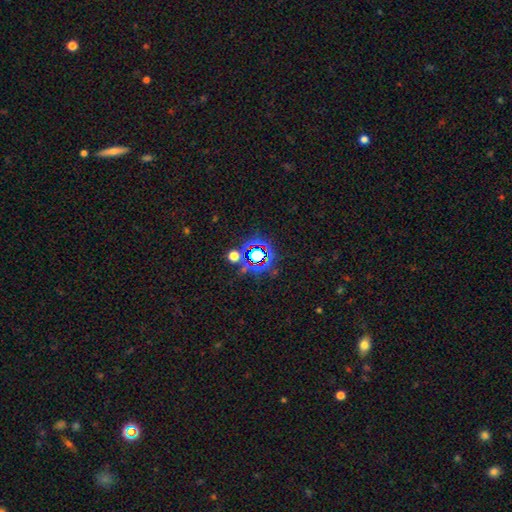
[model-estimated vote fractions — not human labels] This is likely a star or artifact rather than a galaxy (67%).